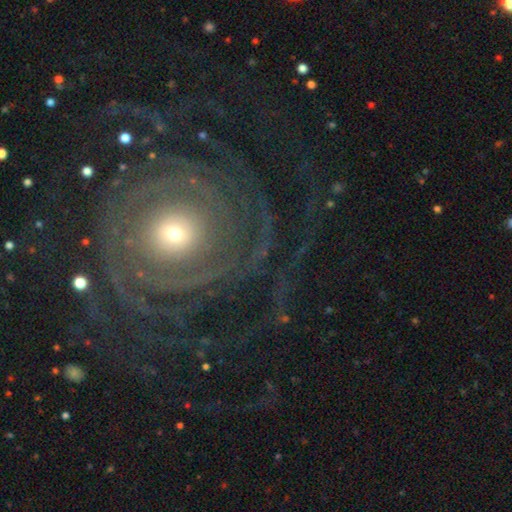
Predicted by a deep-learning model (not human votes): Smooth or featured? Predicted: featured or disk (p=0.86). Edge-on disk? Predicted: no (p=0.97). Bar? Predicted: no (p=0.81). Spiral arms? Predicted: yes (p=0.95). Spiral winding? Predicted: tight (p=0.74). Spiral arm count? Predicted: can't tell (p=0.27). Bulge size? Predicted: small (p=0.59). Merging? Predicted: none (p=0.71).